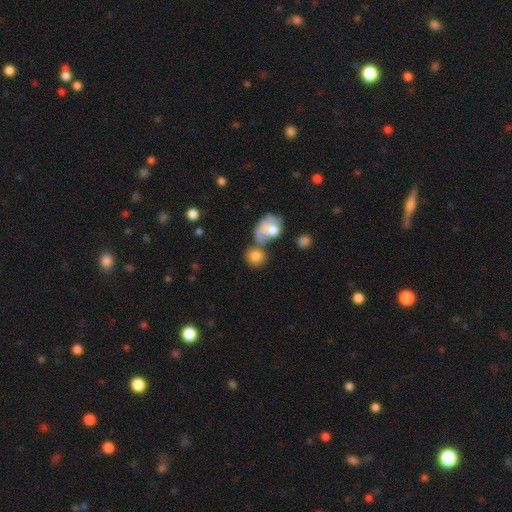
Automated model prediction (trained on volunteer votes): Smooth or featured? Predicted: smooth (p=0.78). How rounded? Predicted: round (p=0.70). Merging? Predicted: merger (p=0.40, tied with none).